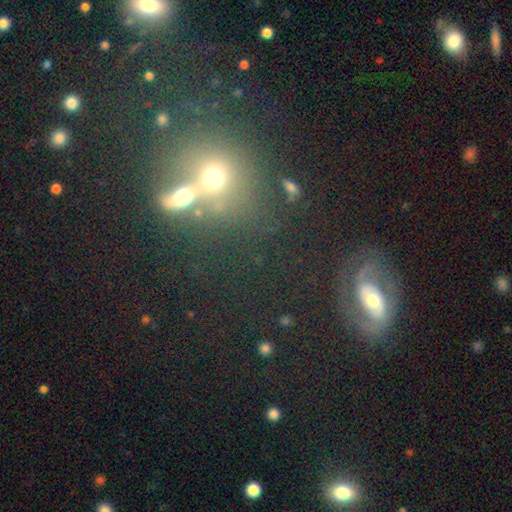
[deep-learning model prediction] Morphology: type=smooth (43%); merging=none (59%).